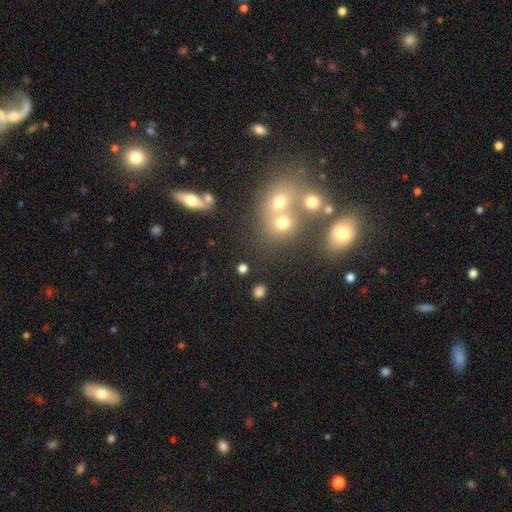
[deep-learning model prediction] This is possibly a smooth galaxy (48%). Merging: possibly none (48%).